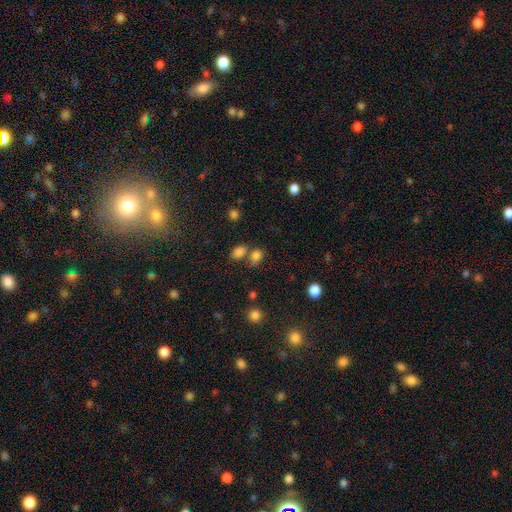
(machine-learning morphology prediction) smooth_or_featured: smooth (p=0.78) [alt: star or artifact p=0.15]
how_rounded: in between (p=0.67) [alt: round p=0.31]
merging: none (p=0.47) [alt: merger p=0.35]